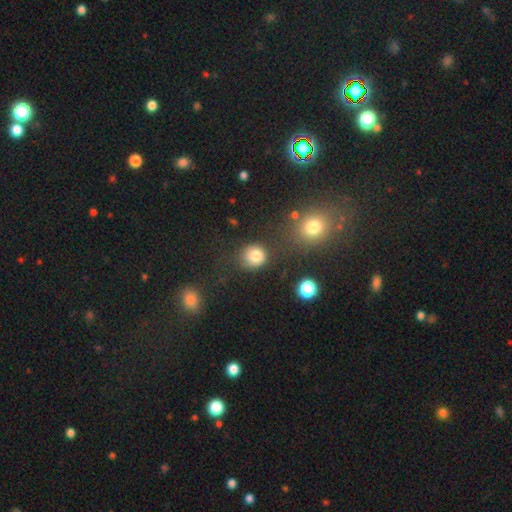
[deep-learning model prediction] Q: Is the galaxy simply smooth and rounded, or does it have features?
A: smooth — 81%.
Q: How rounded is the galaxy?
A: round — 84%.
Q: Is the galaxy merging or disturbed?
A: none — 74%.